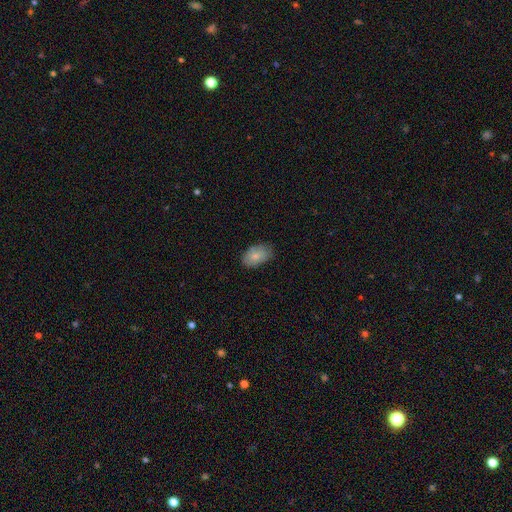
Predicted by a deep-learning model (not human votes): Smooth or featured? Predicted: smooth (p=0.80). How rounded? Predicted: in between (p=0.91). Merging? Predicted: none (p=0.74).